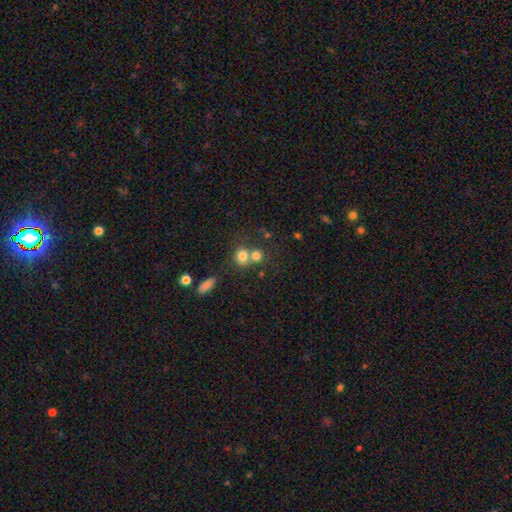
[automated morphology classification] Overall: smooth (76%). How rounded: round (79%). Merging: merger (47%; none 42%).